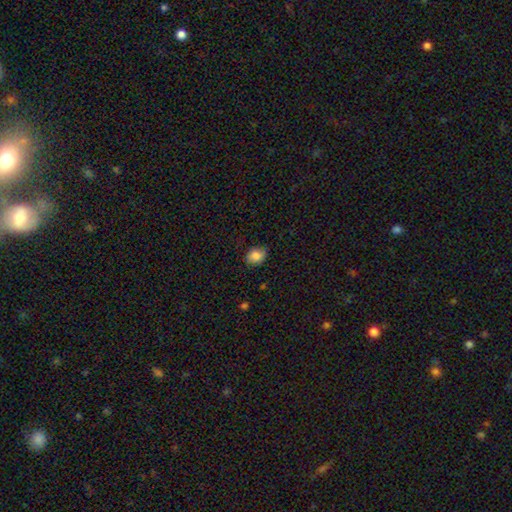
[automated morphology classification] smooth 83%, featured or disk 9%, star or artifact 9%. Down the decision tree: how rounded — in between (60%); merging — none (76%).